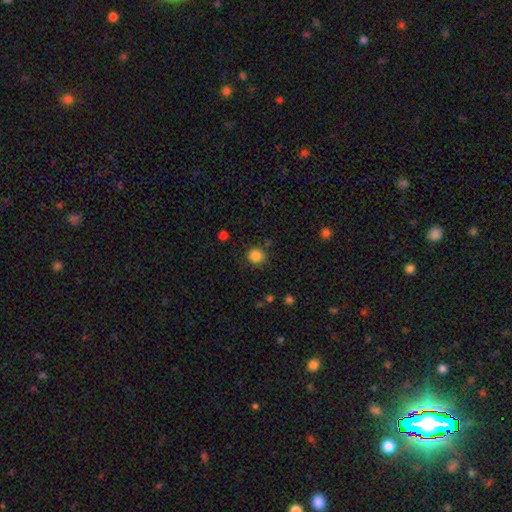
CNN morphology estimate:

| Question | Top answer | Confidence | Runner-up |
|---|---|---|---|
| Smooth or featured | smooth | 85% | star or artifact (11%) |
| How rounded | round | 87% | in between (12%) |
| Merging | none | 83% | minor disturbance (11%) |